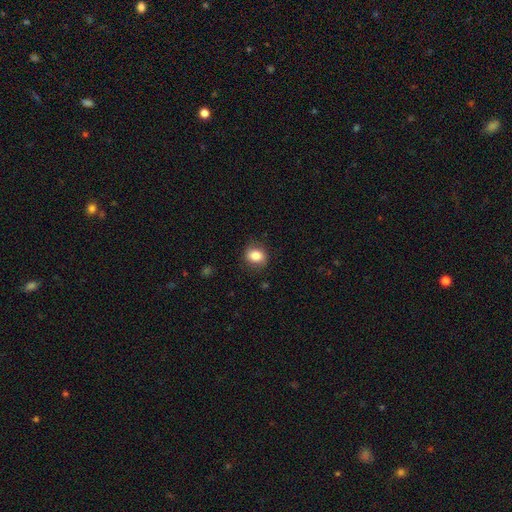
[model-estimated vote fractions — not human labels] Smooth or featured? Predicted: smooth (p=0.82). How rounded? Predicted: round (p=0.57). Merging? Predicted: none (p=0.82).